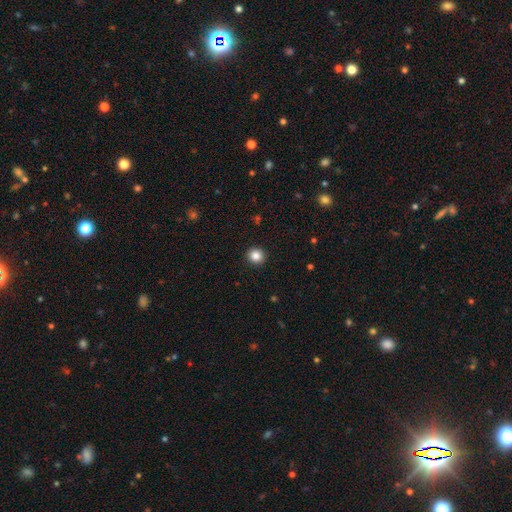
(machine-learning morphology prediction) Smooth or featured?
  - smooth: 85% *
  - star or artifact: 10%
  - featured or disk: 4%
How rounded?
  - round: 92% *
  - in between: 7%
  - cigar-shaped: 1%
Merging?
  - none: 93% *
  - minor disturbance: 5%
  - major disturbance: 2%
  - merger: 1%